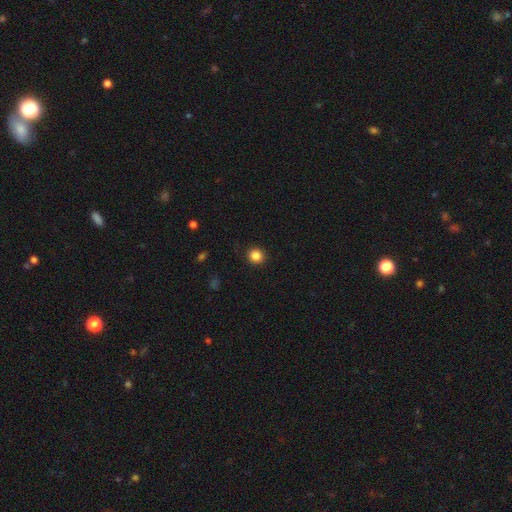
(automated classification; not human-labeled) smooth-or-featured: smooth: 85% | star or artifact: 11% | featured or disk: 4%
  how-rounded: round: 90% | in between: 9% | cigar-shaped: 1%
  merging: none: 91% | minor disturbance: 6% | major disturbance: 2% | merger: 1%